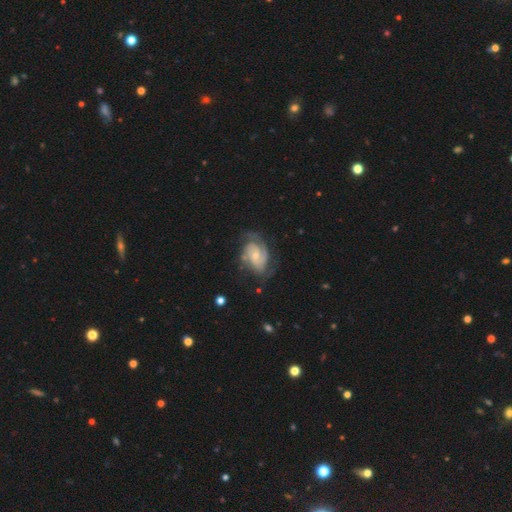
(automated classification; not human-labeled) The model was most divided on "spiral winding": tight: 50%, medium: 38%, loose: 12%. More confident: edge-on disk — no (97%); spiral arms — yes (95%); smooth or featured — featured or disk (83%); merging — none (61%); bulge size — small (59%); bar — no (57%); spiral arm count — 2 (56%).